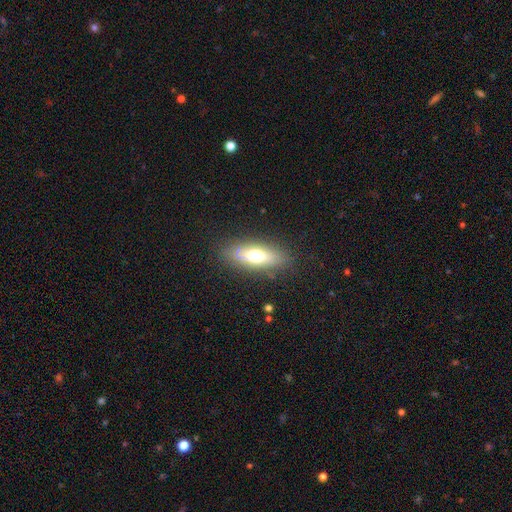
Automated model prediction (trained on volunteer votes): This appears to be a smooth galaxy with no disk features (58%) that is in between round and cigar-shaped (67%). Merging: none (83%).